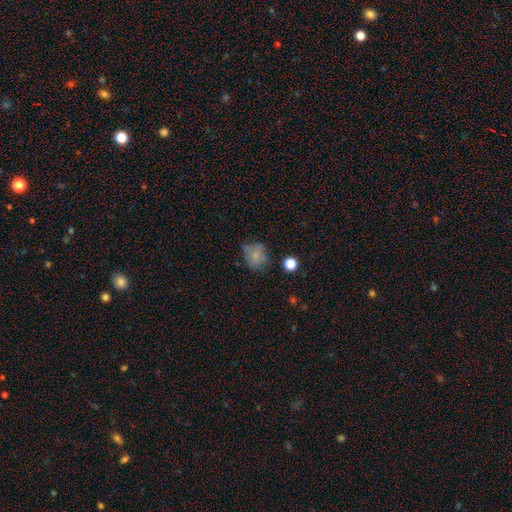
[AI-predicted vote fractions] This appears to be a smooth galaxy with no disk features (70%) that is round (63%). Merging: none (56%).